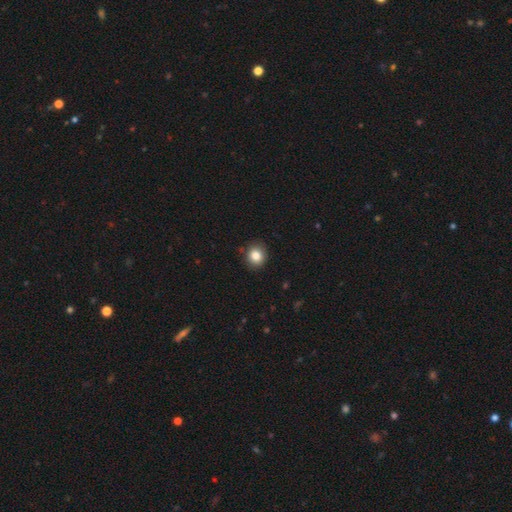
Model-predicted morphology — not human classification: Smooth or featured: smooth — 84% (star or artifact — 10%)
How rounded: round — 80% (in between — 19%)
Merging: none — 89% (minor disturbance — 8%)